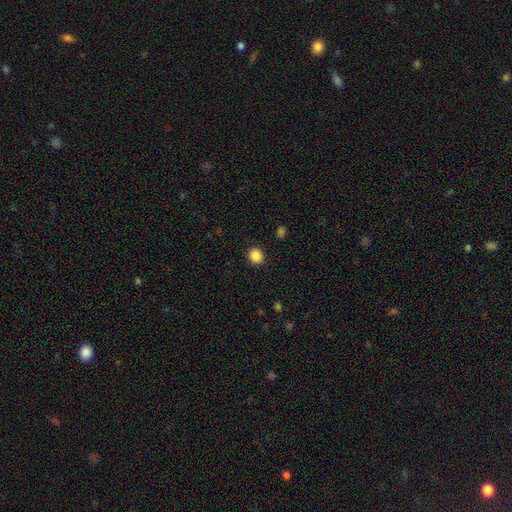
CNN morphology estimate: smooth_or_featured: smooth (p=0.88) [alt: star or artifact p=0.10]
how_rounded: round (p=0.78) [alt: in between p=0.21]
merging: none (p=0.91) [alt: minor disturbance p=0.06]